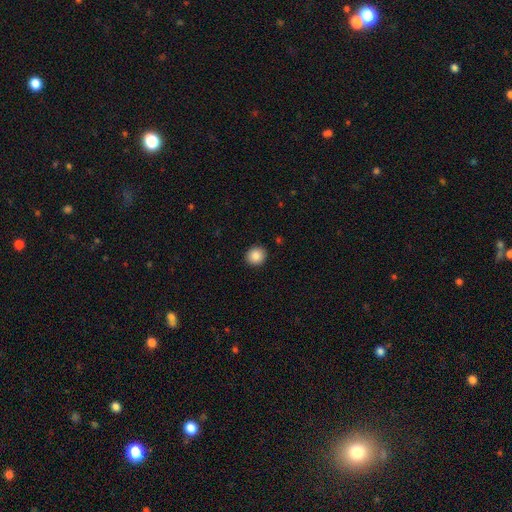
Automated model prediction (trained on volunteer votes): smooth-or-featured: smooth: 86% | star or artifact: 9% | featured or disk: 5%
  how-rounded: round: 83% | in between: 16% | cigar-shaped: 1%
  merging: none: 91% | minor disturbance: 6% | major disturbance: 2% | merger: 1%